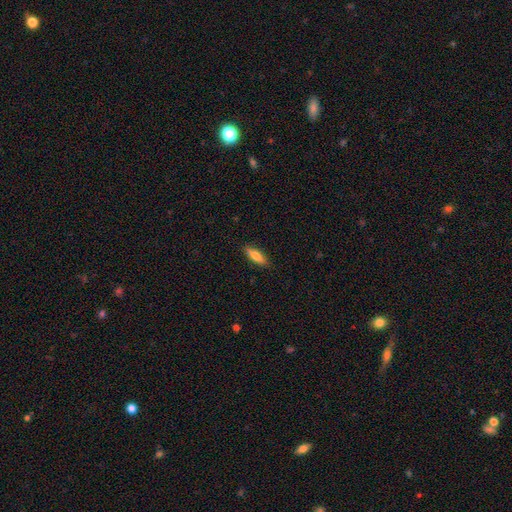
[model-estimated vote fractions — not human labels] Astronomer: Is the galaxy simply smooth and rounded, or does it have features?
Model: smooth — 77%.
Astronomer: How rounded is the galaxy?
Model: in between — 53% (runner-up: cigar-shaped, 45%).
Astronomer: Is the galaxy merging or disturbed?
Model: none — 88%.